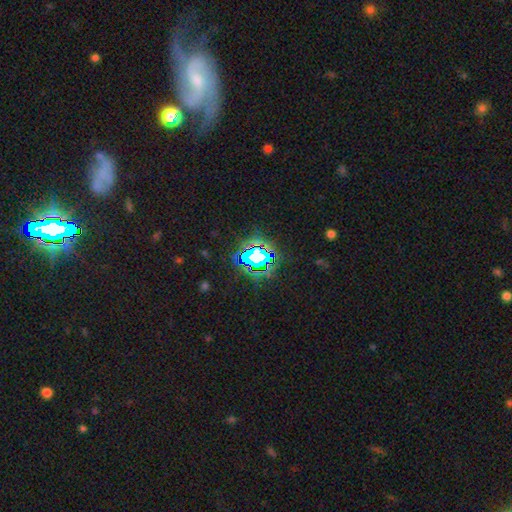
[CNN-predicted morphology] A star or artifact, not a galaxy (73%).